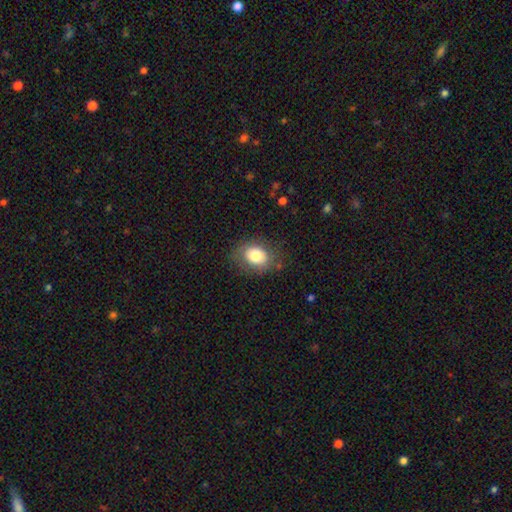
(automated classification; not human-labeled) smooth_or_featured: smooth (p=0.80) [alt: featured or disk p=0.12]
how_rounded: in between (p=0.65) [alt: round p=0.34]
merging: none (p=0.77) [alt: minor disturbance p=0.16]